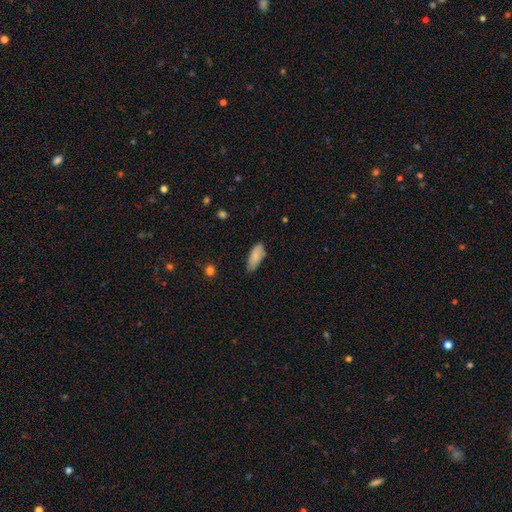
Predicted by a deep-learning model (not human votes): This appears to be a smooth galaxy with no disk features (86%) that is in between round and cigar-shaped (81%). Merging: none (71%).